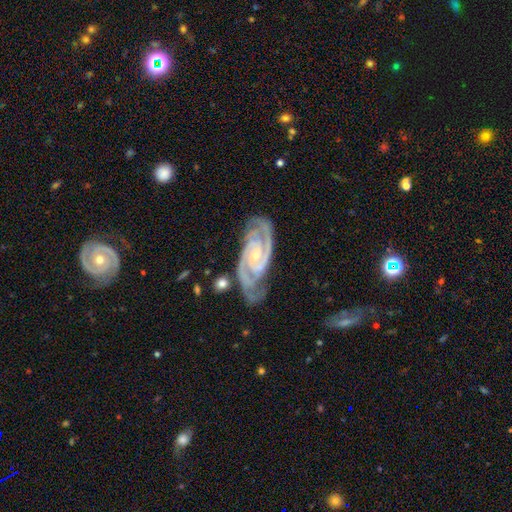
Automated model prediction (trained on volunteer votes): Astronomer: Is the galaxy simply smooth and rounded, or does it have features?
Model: featured or disk — 93%.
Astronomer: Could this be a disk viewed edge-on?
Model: no — 97%.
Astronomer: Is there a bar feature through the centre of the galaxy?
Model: no — 59%.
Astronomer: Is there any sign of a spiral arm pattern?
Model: yes — 99%.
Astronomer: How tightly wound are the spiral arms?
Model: tight — 70%.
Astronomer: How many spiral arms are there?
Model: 2 — 77%.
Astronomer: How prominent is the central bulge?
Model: small — 77%.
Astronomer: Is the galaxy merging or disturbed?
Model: none — 72%.